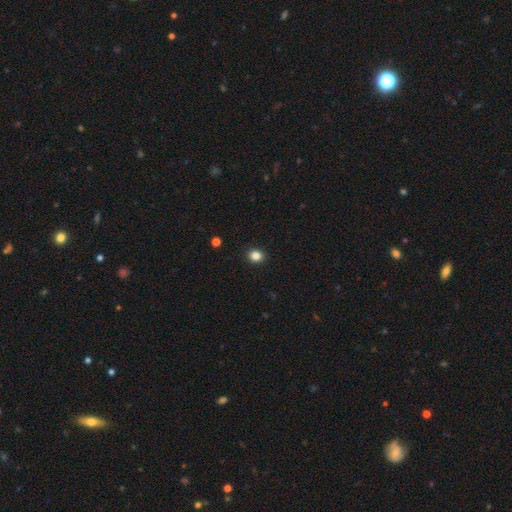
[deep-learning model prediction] The model was most divided on "how rounded": round: 76%, in between: 23%, cigar-shaped: 1%. More confident: merging — none (92%); smooth or featured — smooth (84%).